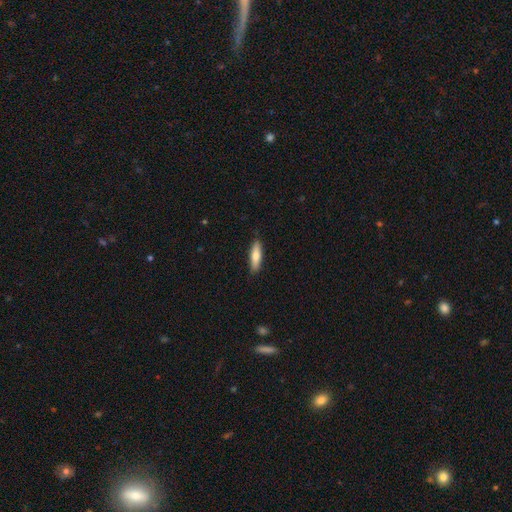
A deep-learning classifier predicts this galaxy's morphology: Q: Smooth or featured?
A: smooth (73%); runner-up: featured or disk (22%)
Q: How rounded?
A: cigar-shaped (63%); runner-up: in between (36%)
Q: Merging?
A: none (88%); runner-up: minor disturbance (9%)